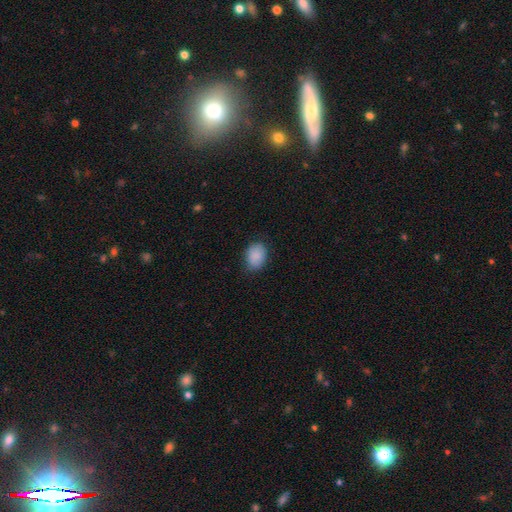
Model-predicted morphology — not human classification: Smooth or featured? Predicted: smooth (p=0.89). How rounded? Predicted: in between (p=0.71). Merging? Predicted: none (p=0.80).